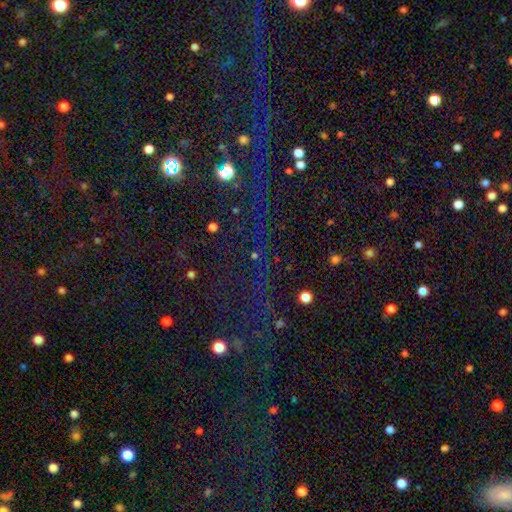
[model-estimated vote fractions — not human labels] A star or artifact, not a galaxy (69%).

Vote fractions:
- Smooth or featured? star or artifact: 69% / smooth: 20% / featured or disk: 11%